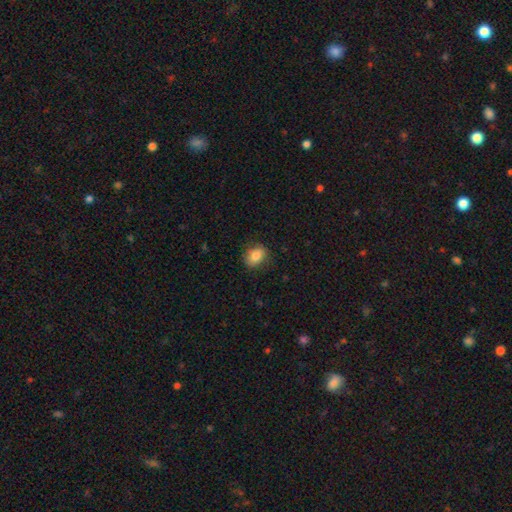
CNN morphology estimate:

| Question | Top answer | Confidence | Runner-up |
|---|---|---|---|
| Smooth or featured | smooth | 81% | featured or disk (11%) |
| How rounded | in between | 61% | round (37%) |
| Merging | none | 80% | minor disturbance (15%) |